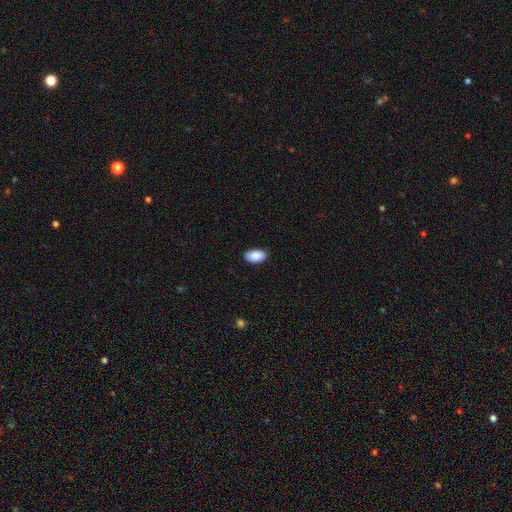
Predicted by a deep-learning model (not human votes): Overall: smooth (90%). How rounded: in between (95%). Merging: none (87%).